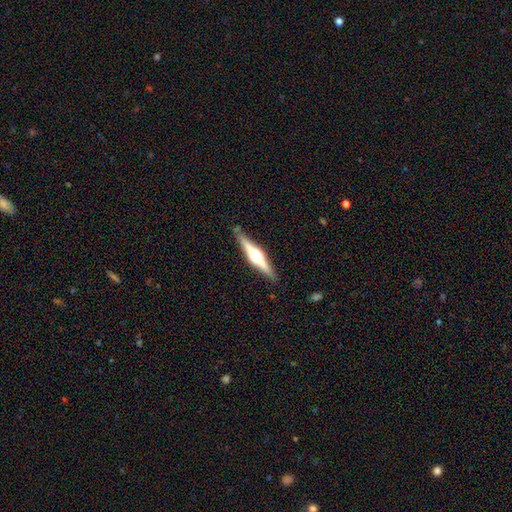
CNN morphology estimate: This is likely a featured or disk galaxy (72%). It is clearly viewed edge-on (98%). Edge-on bulge: clearly rounded (90%). Merging: clearly none (86%).